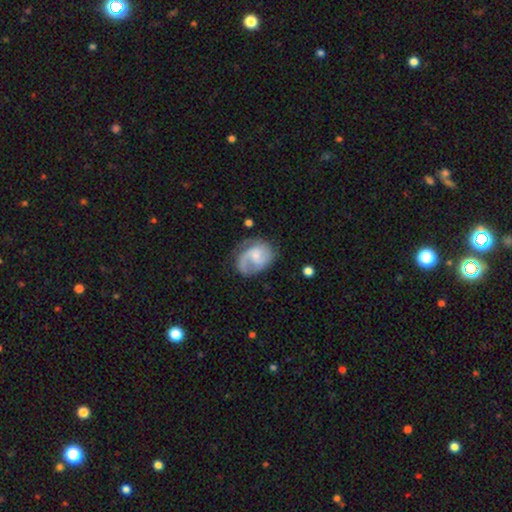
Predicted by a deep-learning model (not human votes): Smooth or featured? Predicted: featured or disk (p=0.70). Edge-on disk? Predicted: no (p=0.98). Bar? Predicted: no (p=0.57). Spiral arms? Predicted: yes (p=0.91). Spiral winding? Predicted: medium (p=0.45). Spiral arm count? Predicted: 2 (p=0.47). Bulge size? Predicted: small (p=0.48). Merging? Predicted: none (p=0.53).